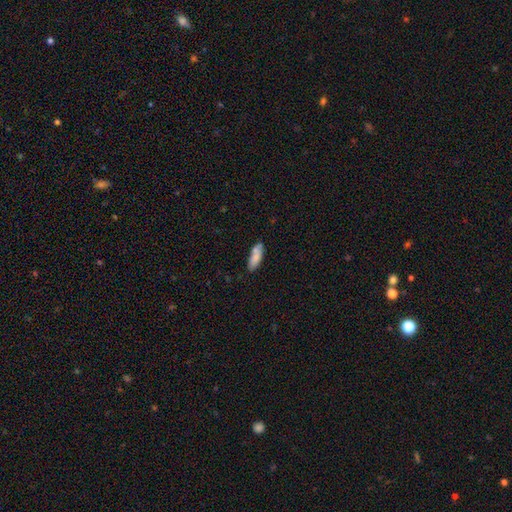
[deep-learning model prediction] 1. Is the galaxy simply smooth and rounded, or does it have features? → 80% smooth, 13% featured or disk, 7% star or artifact.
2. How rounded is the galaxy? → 63% in between, 35% cigar-shaped, 2% round.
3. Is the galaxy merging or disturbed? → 69% none, 18% minor disturbance, 9% merger, 4% major disturbance.